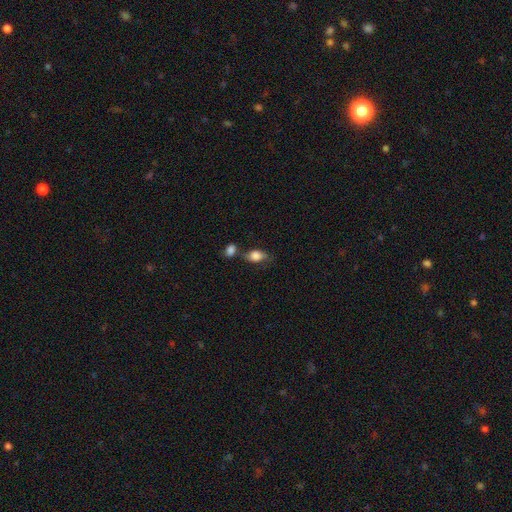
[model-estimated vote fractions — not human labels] Q: Smooth or featured?
A: smooth (79%); runner-up: featured or disk (13%)
Q: How rounded?
A: in between (81%); runner-up: round (16%)
Q: Merging?
A: none (46%); runner-up: merger (26%)